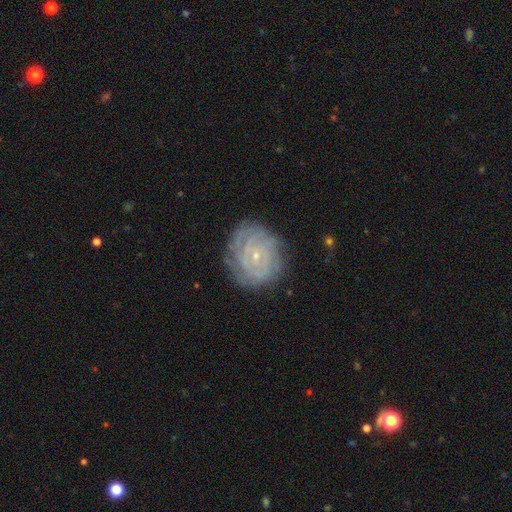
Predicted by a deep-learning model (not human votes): smooth_or_featured: featured or disk (p=0.74) [alt: smooth p=0.17]
disk_edge_on: no (p=0.97) [alt: yes p=0.03]
bar: no (p=0.74) [alt: weak p=0.21]
has_spiral_arms: yes (p=0.90) [alt: no p=0.10]
spiral_winding: tight (p=0.81) [alt: medium p=0.15]
spiral_arm_count: can't tell (p=0.44) [alt: 2 p=0.15]
bulge_size: small (p=0.85) [alt: moderate p=0.11]
merging: none (p=0.79) [alt: minor disturbance p=0.14]